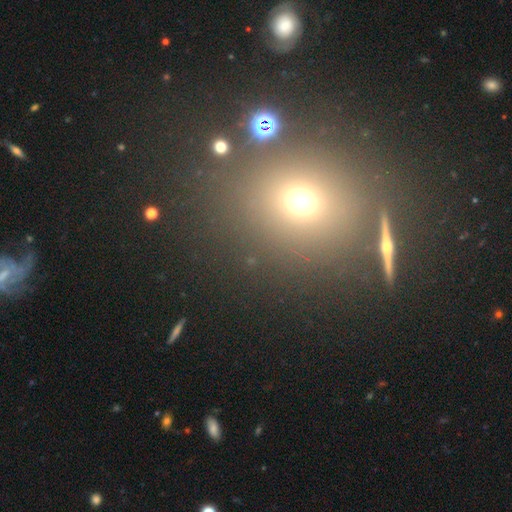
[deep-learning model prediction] A smooth galaxy with no disk features (51%) that is round (72%).

Vote fractions:
- Smooth or featured? smooth: 51% / star or artifact: 36% / featured or disk: 13%
- How rounded? round: 72% / in between: 26% / cigar-shaped: 2%
- Merging? none: 80% / minor disturbance: 9% / merger: 6% / major disturbance: 5%